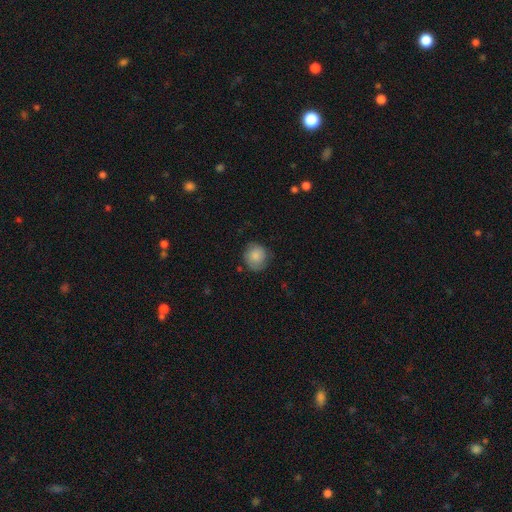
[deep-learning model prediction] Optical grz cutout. It shows a smooth galaxy with no disk features (83%) that is round (87%). Merging: none (78%).